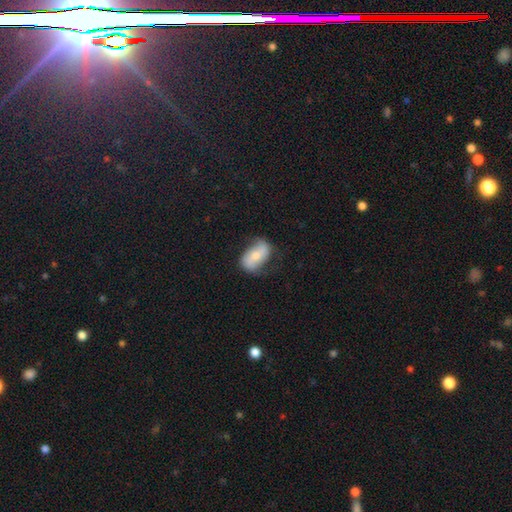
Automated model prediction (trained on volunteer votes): Smooth or featured?
  - smooth: 48% *
  - featured or disk: 45%
  - star or artifact: 7%
Merging?
  - none: 63% *
  - minor disturbance: 26%
  - major disturbance: 10%
  - merger: 2%